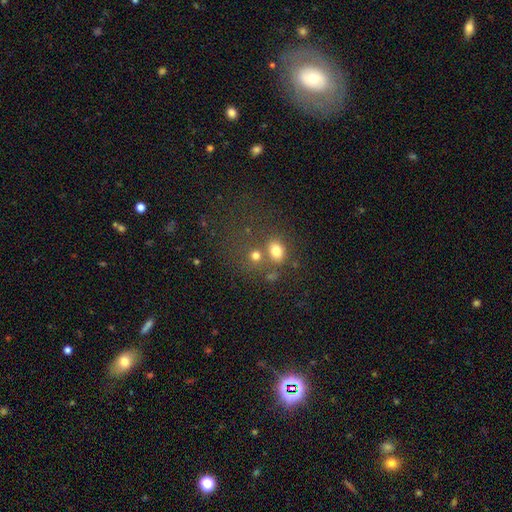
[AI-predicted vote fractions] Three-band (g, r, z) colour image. It shows a smooth galaxy with no disk features (72%) that is round (64%). Merging: none (54%).